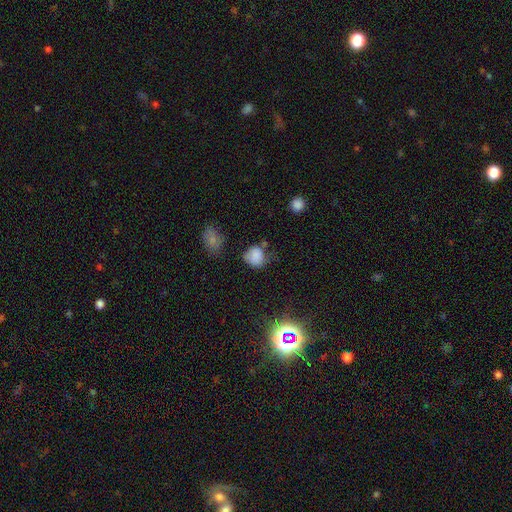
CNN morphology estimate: A smooth galaxy with no disk features (78%) that is round (71%).

Vote fractions:
- Smooth or featured? smooth: 78% / star or artifact: 14% / featured or disk: 8%
- How rounded? round: 71% / in between: 28% / cigar-shaped: 1%
- Merging? none: 51% / minor disturbance: 31% / major disturbance: 12% / merger: 7%